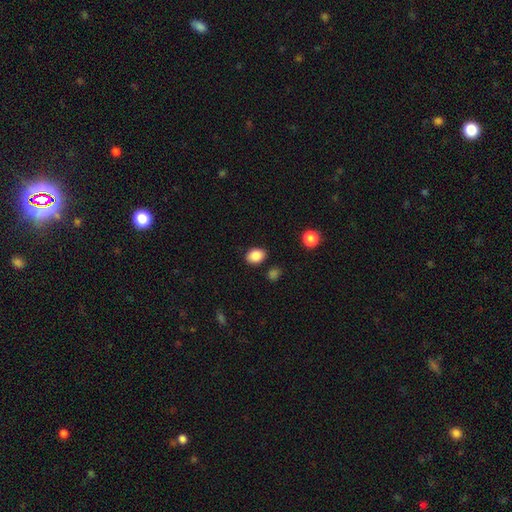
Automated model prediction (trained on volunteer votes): A smooth galaxy with no disk features (87%) that is in between round and cigar-shaped (68%).

Vote fractions:
- Smooth or featured? smooth: 87% / star or artifact: 9% / featured or disk: 4%
- How rounded? in between: 68% / round: 31% / cigar-shaped: 1%
- Merging? none: 85% / minor disturbance: 9% / merger: 3% / major disturbance: 3%